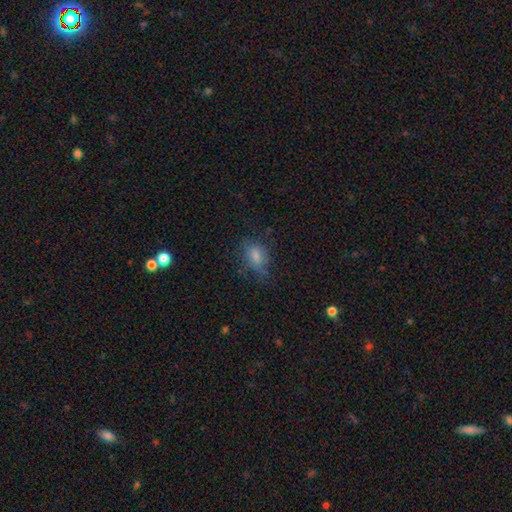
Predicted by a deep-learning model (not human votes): A smooth galaxy with no disk features (61%) that is in between round and cigar-shaped (69%). Merging: none (55%).